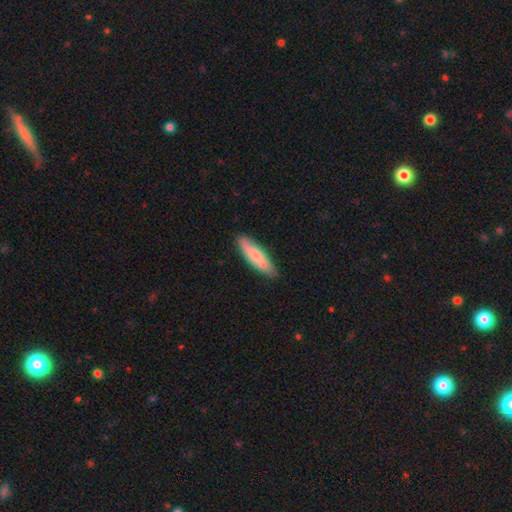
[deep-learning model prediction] Q: Smooth or featured?
A: smooth (72%); runner-up: featured or disk (23%)
Q: How rounded?
A: cigar-shaped (65%); runner-up: in between (34%)
Q: Merging?
A: none (81%); runner-up: minor disturbance (15%)